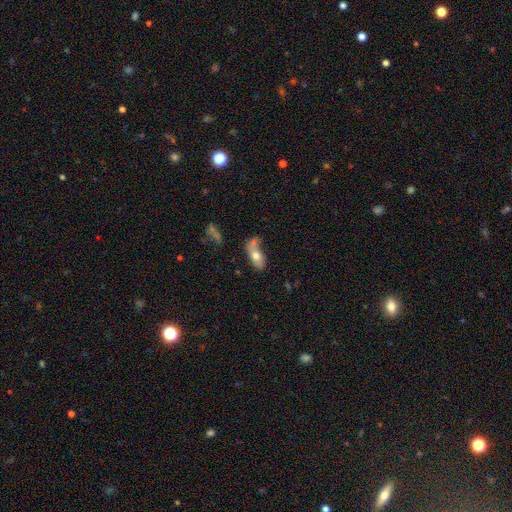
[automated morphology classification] smooth-or-featured: smooth: 67% | featured or disk: 25% | star or artifact: 8%
  how-rounded: in between: 81% | cigar-shaped: 14% | round: 5%
  merging: none: 36% | merger: 34% | minor disturbance: 19% | major disturbance: 11%